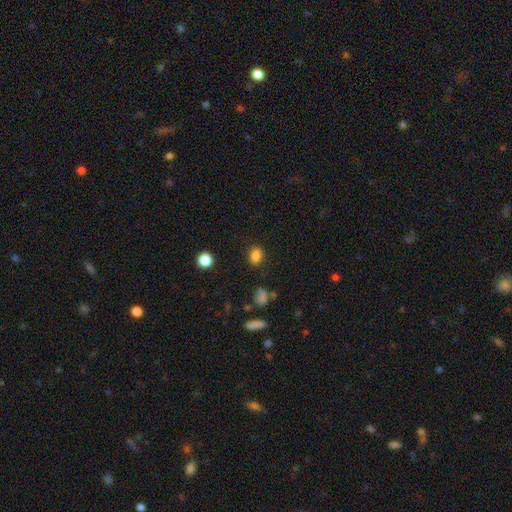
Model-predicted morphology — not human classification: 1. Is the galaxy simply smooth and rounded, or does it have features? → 84% smooth, 12% star or artifact, 4% featured or disk.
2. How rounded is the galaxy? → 73% in between, 25% round, 2% cigar-shaped.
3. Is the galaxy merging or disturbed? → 82% none, 12% minor disturbance, 3% major disturbance, 2% merger.